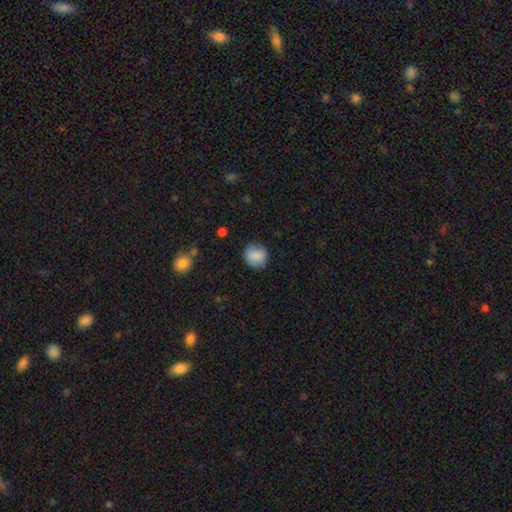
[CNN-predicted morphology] Smooth or featured?
  - smooth: 85% *
  - star or artifact: 8%
  - featured or disk: 7%
How rounded?
  - round: 85% *
  - in between: 14%
  - cigar-shaped: 1%
Merging?
  - none: 83% *
  - minor disturbance: 12%
  - major disturbance: 3%
  - merger: 1%